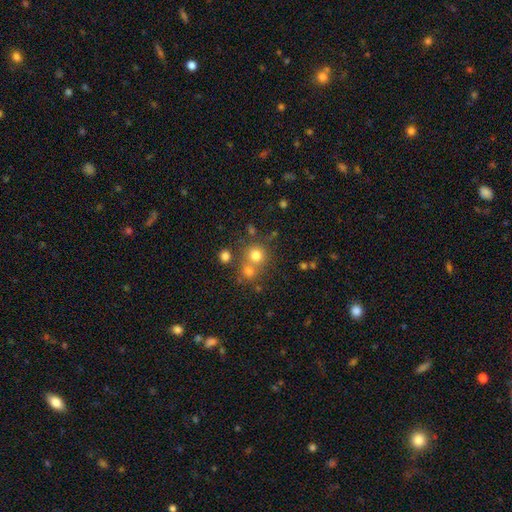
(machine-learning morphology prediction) This appears to be a smooth galaxy with no disk features (74%) that is round (89%). Merging: none (58%).